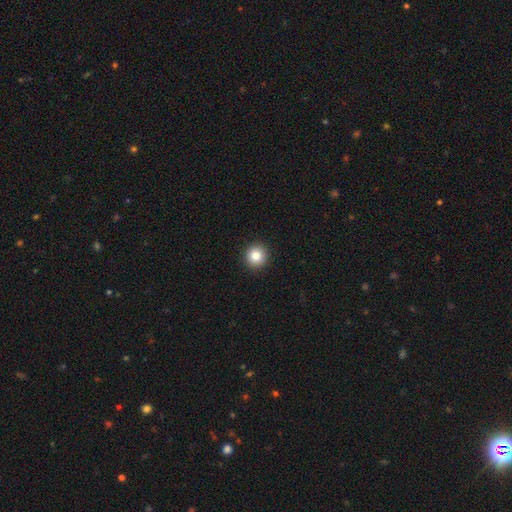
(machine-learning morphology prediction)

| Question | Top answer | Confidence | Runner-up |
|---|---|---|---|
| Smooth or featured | smooth | 83% | star or artifact (11%) |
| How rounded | round | 95% | in between (4%) |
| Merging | none | 94% | minor disturbance (4%) |